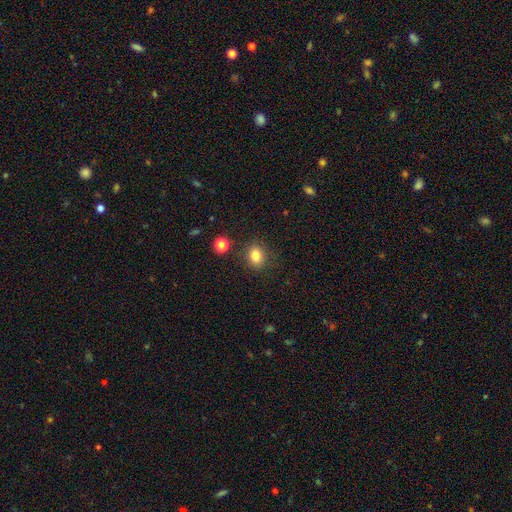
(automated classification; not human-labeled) The model was most divided on "how rounded": round: 51%, in between: 48%, cigar-shaped: 1%. More confident: merging — none (84%); smooth or featured — smooth (83%).